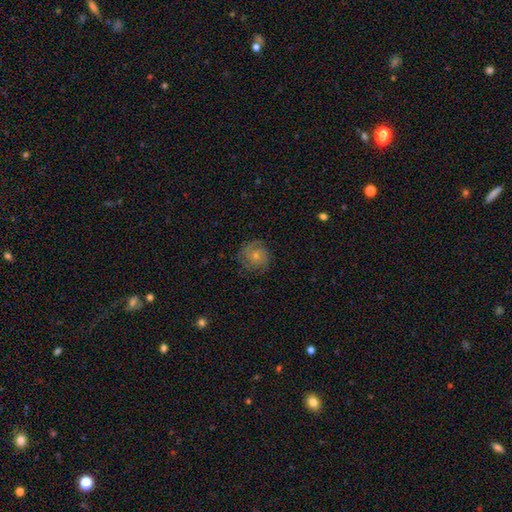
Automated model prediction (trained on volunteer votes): Overall: featured or disk (60%; smooth 32%). Edge-on disk: no (98%). Bar: no (75%). Spiral arms: yes (90%). Spiral arm count: 2 (40%; can't tell 25%). Spiral winding: tight (54%; medium 35%). Bulge size: small (58%; moderate 36%). Merging: none (77%).